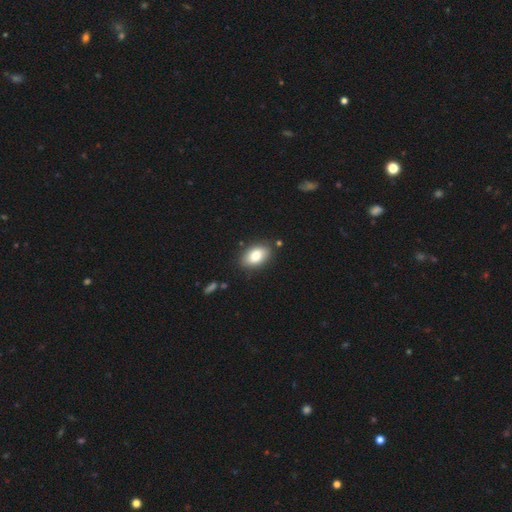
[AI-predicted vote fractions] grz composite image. It shows a smooth galaxy with no disk features (82%) that is in between round and cigar-shaped (91%). Merging: none (85%).